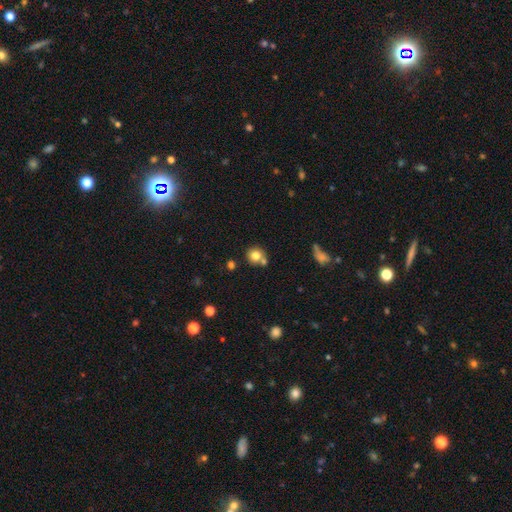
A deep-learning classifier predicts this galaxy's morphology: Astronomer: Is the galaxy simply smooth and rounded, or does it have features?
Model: smooth — 78%.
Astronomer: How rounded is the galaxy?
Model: round — 89%.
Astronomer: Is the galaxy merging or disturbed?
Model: none — 62%.